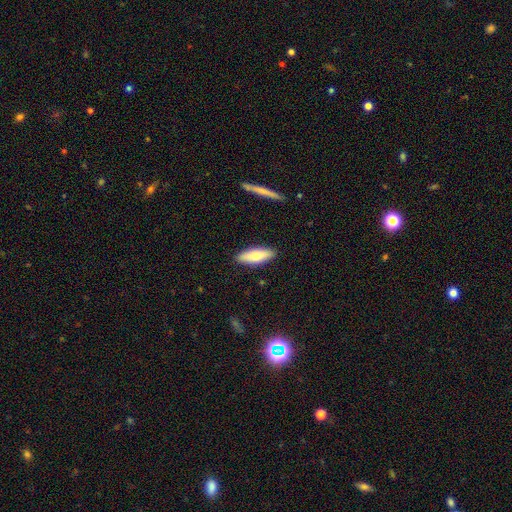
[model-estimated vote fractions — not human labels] Smooth or featured: smooth — 71% (featured or disk — 23%)
How rounded: in between — 60% (cigar-shaped — 37%)
Merging: none — 89% (minor disturbance — 8%)